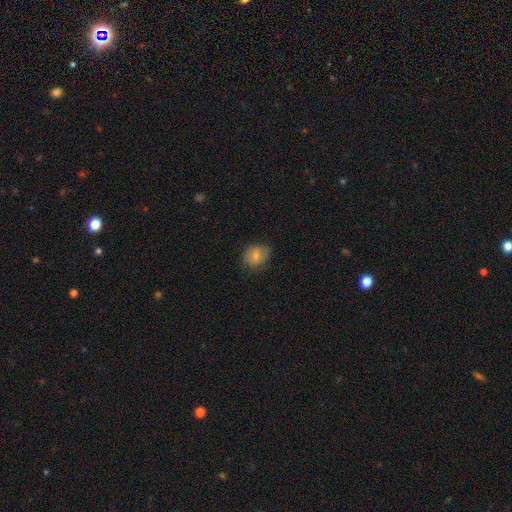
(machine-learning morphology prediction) The model was most divided on "how rounded": round: 58%, in between: 41%, cigar-shaped: 1%. More confident: smooth or featured — smooth (77%); merging — none (76%).